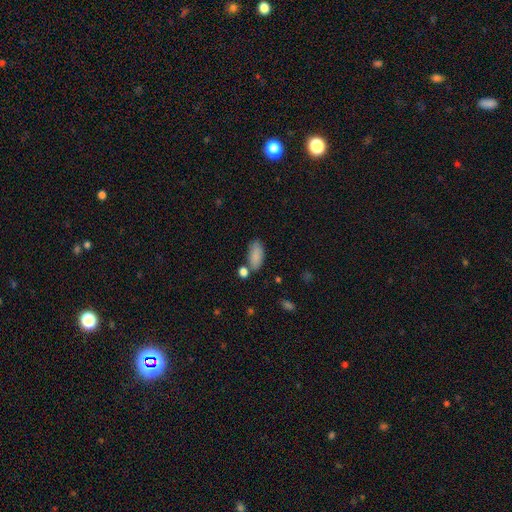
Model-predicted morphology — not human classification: The model was most divided on "merging": none: 63%, minor disturbance: 18%, merger: 14%, major disturbance: 5%. More confident: how rounded — in between (90%); smooth or featured — smooth (86%).